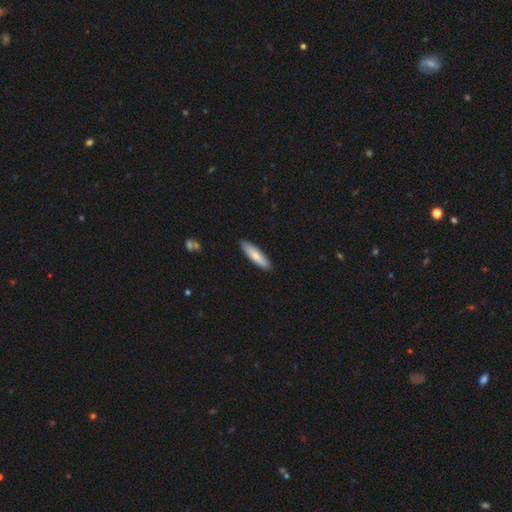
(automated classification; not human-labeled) This is likely a smooth galaxy (77%). How rounded: likely cigar-shaped (73%). Merging: clearly none (90%).